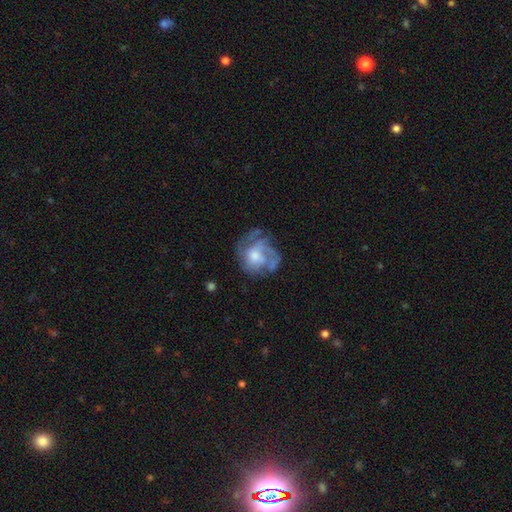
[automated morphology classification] This appears to be a featured or disk galaxy (68%) with no bar (77%), tight (41%) spiral arms (76%) and a moderate central bulge (53%). Merging: none (52%).